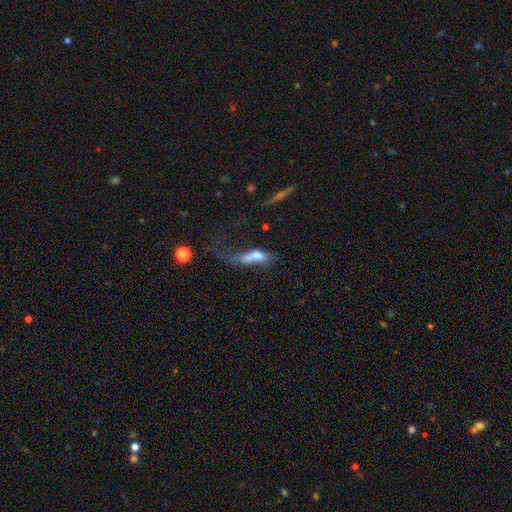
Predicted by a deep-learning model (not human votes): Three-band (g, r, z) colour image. It shows a smooth galaxy with no disk features (52%) that is in between round and cigar-shaped (60%). Merging: merger (42%).